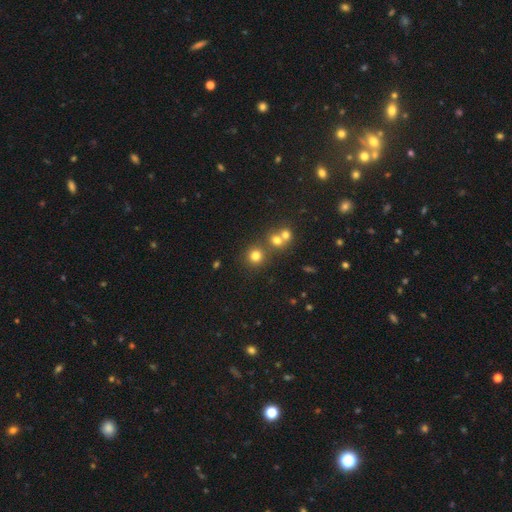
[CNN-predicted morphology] This appears to be a smooth galaxy with no disk features (76%) that is round (91%). Merging: none (70%).